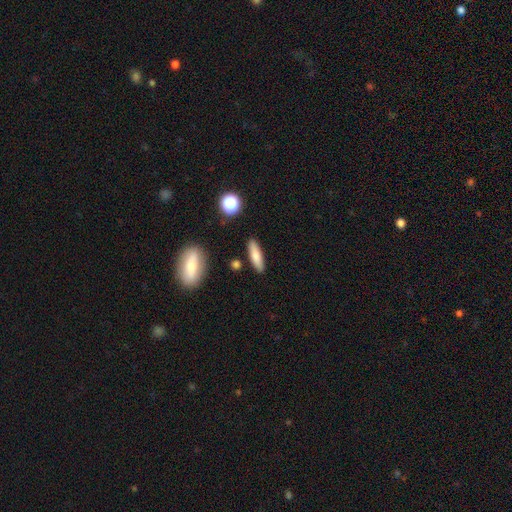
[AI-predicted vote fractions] smooth 76%, featured or disk 16%, star or artifact 7%. Down the decision tree: how rounded — cigar-shaped (63%); merging — none (87%).